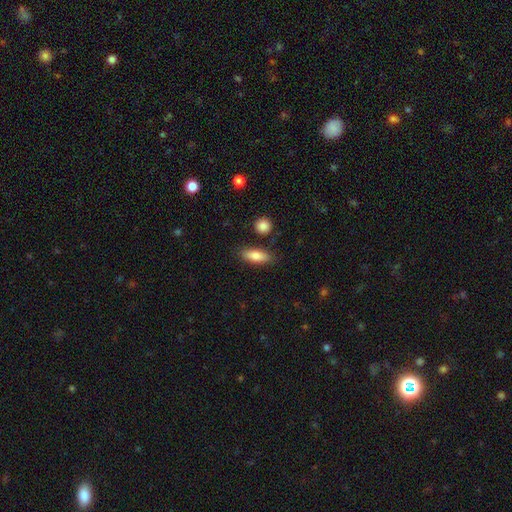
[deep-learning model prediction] A smooth galaxy with no disk features (79%) that is in between round and cigar-shaped (66%).

Vote fractions:
- Smooth or featured? smooth: 79% / featured or disk: 15% / star or artifact: 7%
- How rounded? in between: 66% / cigar-shaped: 31% / round: 3%
- Merging? none: 83% / minor disturbance: 11% / merger: 4% / major disturbance: 3%